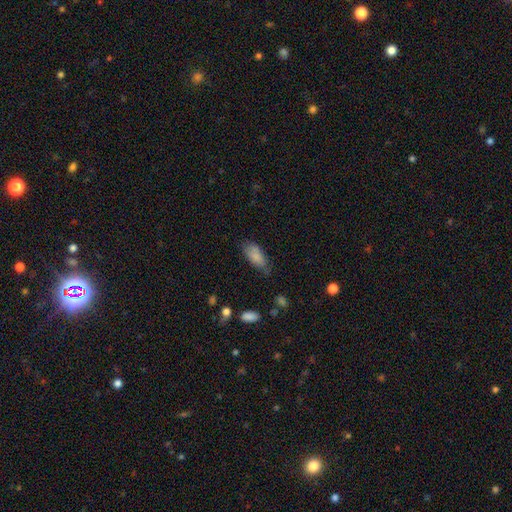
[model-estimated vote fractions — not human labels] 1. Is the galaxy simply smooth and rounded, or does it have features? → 85% smooth, 8% featured or disk, 7% star or artifact.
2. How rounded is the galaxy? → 86% in between, 12% cigar-shaped, 2% round.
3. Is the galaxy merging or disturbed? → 66% none, 25% minor disturbance, 6% major disturbance, 2% merger.